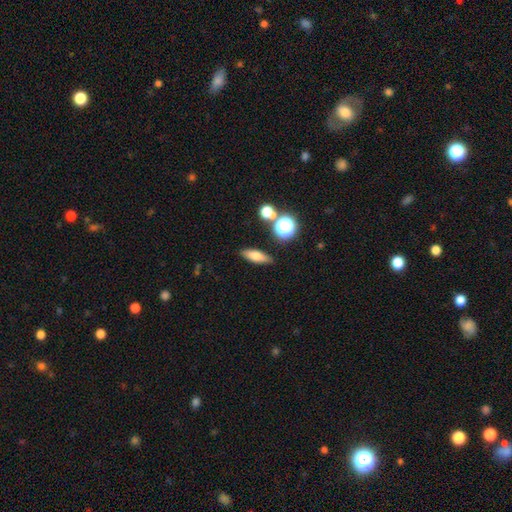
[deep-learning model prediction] smooth_or_featured: smooth (p=0.68) [alt: featured or disk p=0.20]
how_rounded: in between (p=0.49) [alt: cigar-shaped p=0.42]
merging: none (p=0.83) [alt: minor disturbance p=0.10]